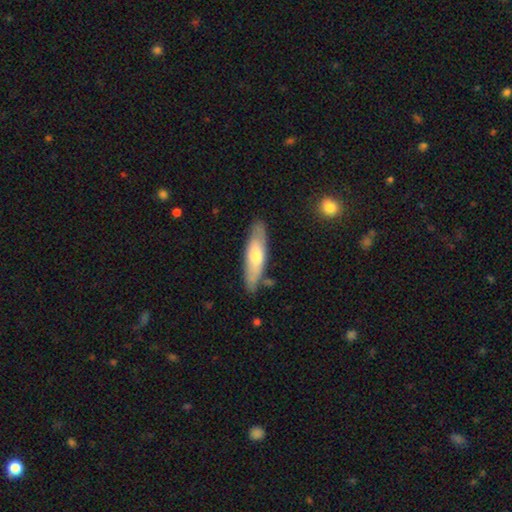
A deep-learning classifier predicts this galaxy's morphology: Smooth or featured? Predicted: smooth (p=0.52). How rounded? Predicted: cigar-shaped (p=0.61). Merging? Predicted: none (p=0.79).